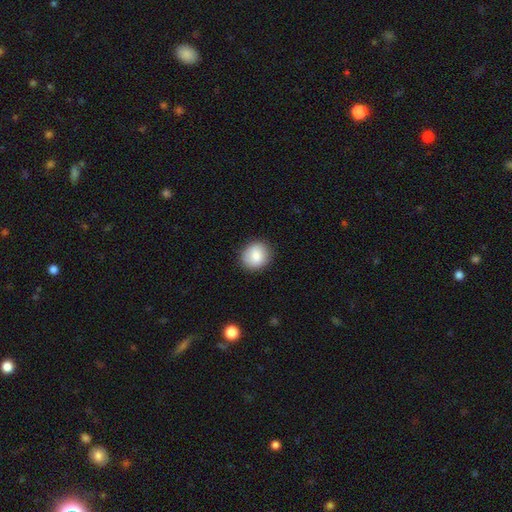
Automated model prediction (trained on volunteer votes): Overall: smooth (84%). How rounded: round (81%). Merging: none (88%).